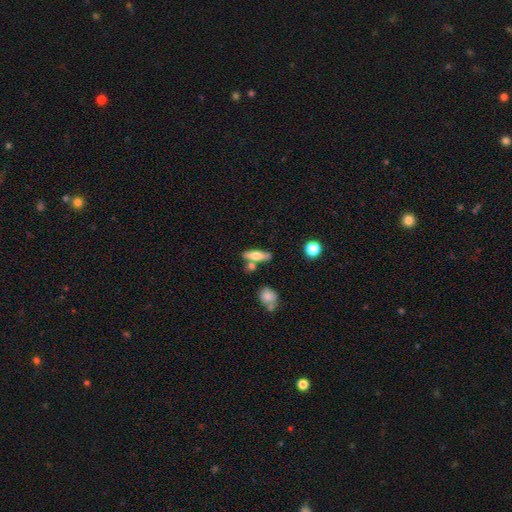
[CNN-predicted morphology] smooth 55%, featured or disk 38%, star or artifact 7%. Down the decision tree: how rounded — cigar-shaped (60%); merging — none (70%).